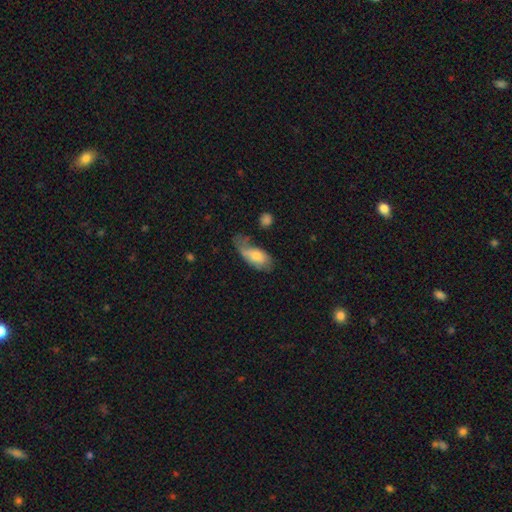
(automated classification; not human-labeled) Q: Smooth or featured?
A: smooth (66%); runner-up: featured or disk (27%)
Q: How rounded?
A: in between (87%); runner-up: cigar-shaped (9%)
Q: Merging?
A: minor disturbance (34%); runner-up: major disturbance (31%)